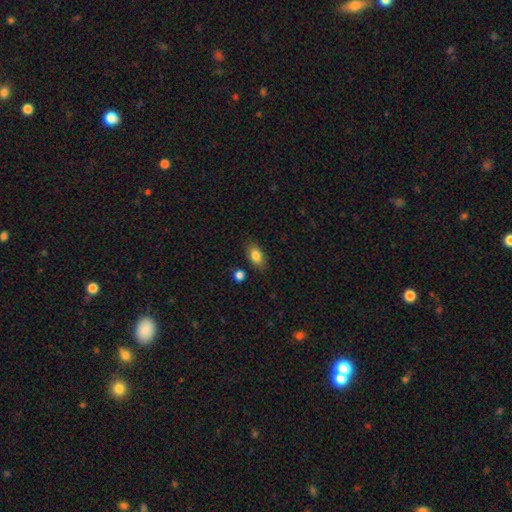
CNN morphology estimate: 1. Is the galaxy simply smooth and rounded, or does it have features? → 84% smooth, 8% featured or disk, 8% star or artifact.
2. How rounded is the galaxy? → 86% in between, 11% round, 3% cigar-shaped.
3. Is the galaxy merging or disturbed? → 81% none, 13% minor disturbance, 3% merger, 3% major disturbance.